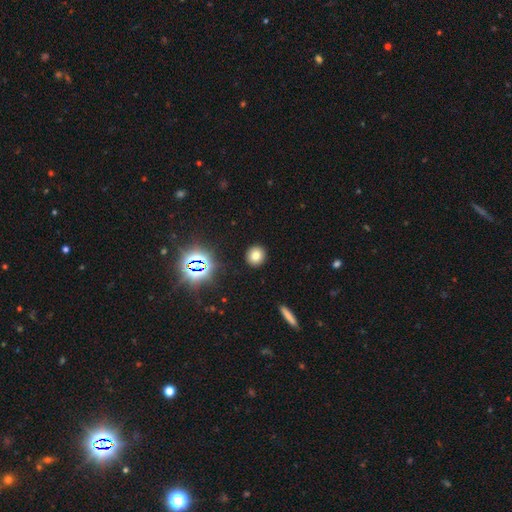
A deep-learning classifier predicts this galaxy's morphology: Smooth or featured?
  - smooth: 74% *
  - star or artifact: 18%
  - featured or disk: 9%
How rounded?
  - round: 90% *
  - in between: 9%
  - cigar-shaped: 1%
Merging?
  - none: 91% *
  - minor disturbance: 5%
  - major disturbance: 2%
  - merger: 1%